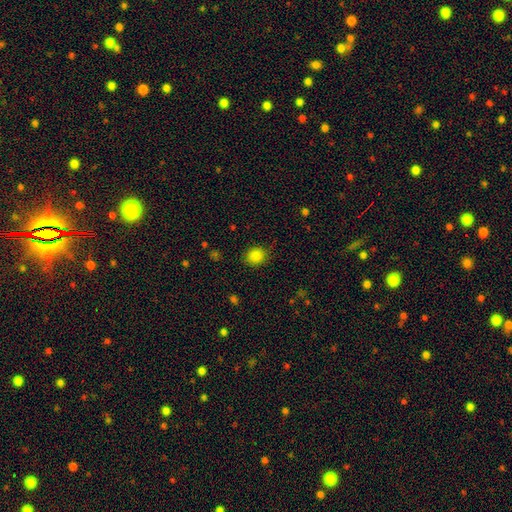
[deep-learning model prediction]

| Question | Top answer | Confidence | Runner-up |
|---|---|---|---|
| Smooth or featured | smooth | 85% | star or artifact (11%) |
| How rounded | round | 79% | in between (20%) |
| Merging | none | 85% | minor disturbance (11%) |